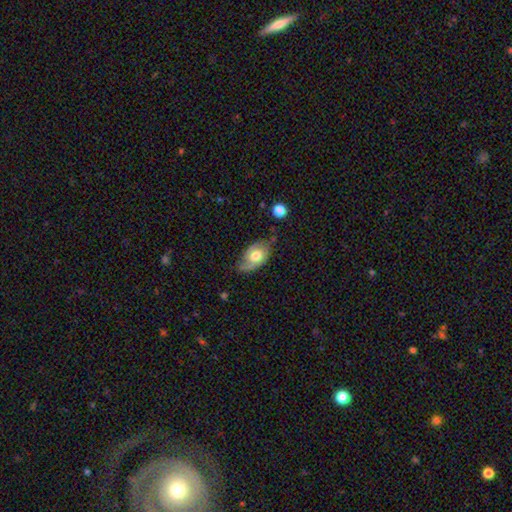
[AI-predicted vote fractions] This is possibly a featured or disk galaxy (50%). It is clearly not viewed edge-on (91%). Merging: possibly none (55%).